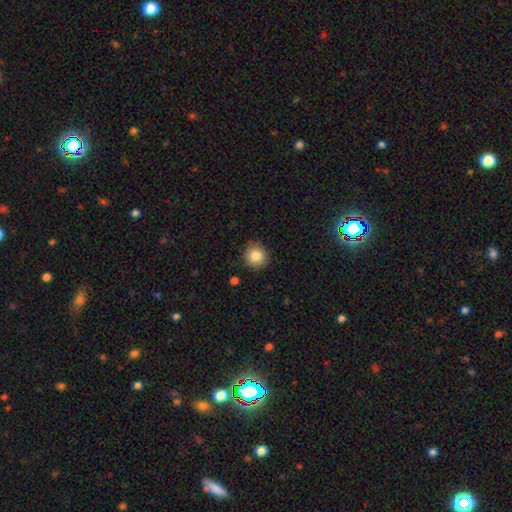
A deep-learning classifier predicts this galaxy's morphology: Q: Smooth or featured?
A: smooth (83%); runner-up: star or artifact (9%)
Q: How rounded?
A: round (91%); runner-up: in between (8%)
Q: Merging?
A: none (88%); runner-up: minor disturbance (8%)